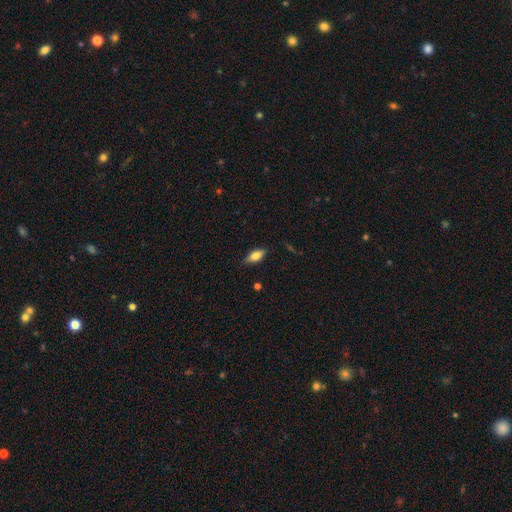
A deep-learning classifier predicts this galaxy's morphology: The model was most divided on "smooth or featured": smooth: 68%, featured or disk: 25%, star or artifact: 7%. More confident: merging — none (82%); how rounded — in between (78%).